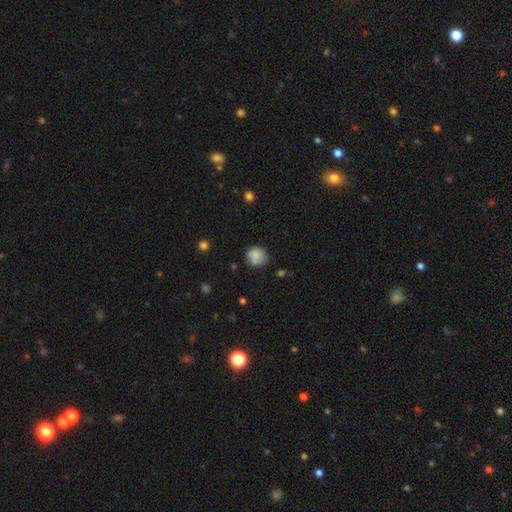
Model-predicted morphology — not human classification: This appears to be a smooth galaxy with no disk features (80%) that is round (79%). Merging: none (65%).